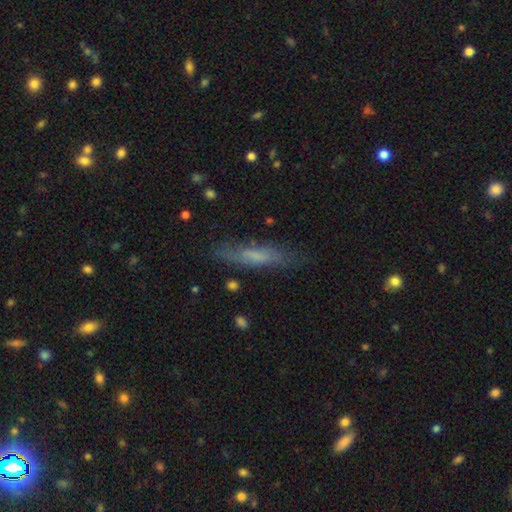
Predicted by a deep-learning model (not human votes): smooth-or-featured: smooth: 60% | featured or disk: 32% | star or artifact: 8%
  how-rounded: cigar-shaped: 81% | in between: 17% | round: 2%
  merging: none: 77% | minor disturbance: 16% | major disturbance: 5% | merger: 2%